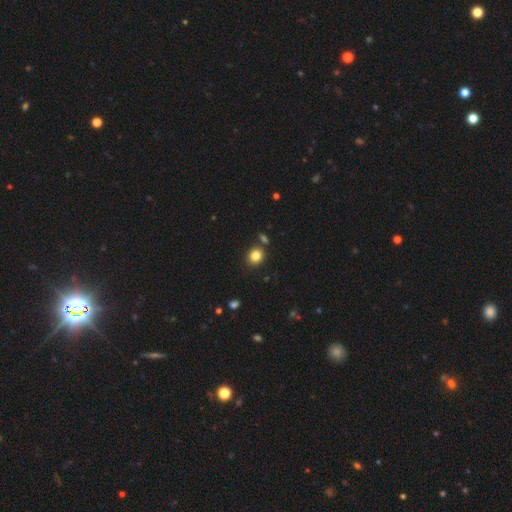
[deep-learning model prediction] A smooth galaxy with no disk features (83%) that is round (74%). Merging: none (80%).